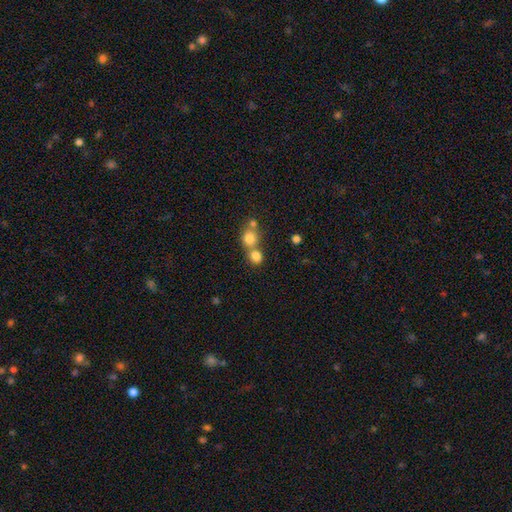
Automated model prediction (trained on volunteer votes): Smooth or featured? Predicted: smooth (p=0.79). How rounded? Predicted: round (p=0.78). Merging? Predicted: none (p=0.48).